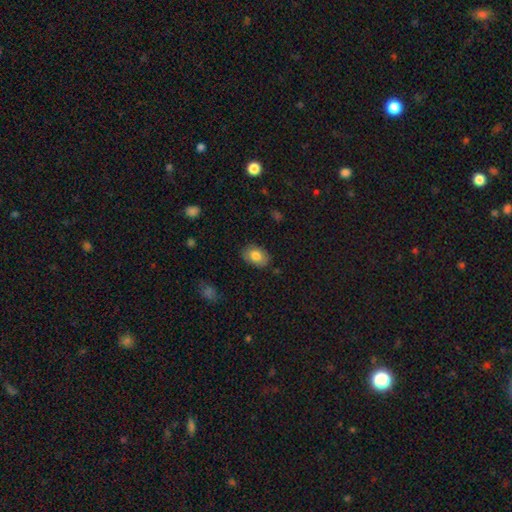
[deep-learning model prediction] This is clearly a smooth galaxy (81%). How rounded: clearly in between (81%). Merging: clearly none (83%).